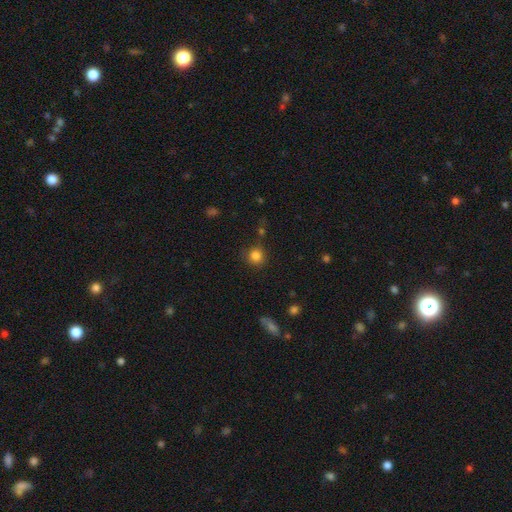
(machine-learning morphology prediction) Smooth or featured?
  - smooth: 83% *
  - star or artifact: 12%
  - featured or disk: 5%
How rounded?
  - round: 89% *
  - in between: 10%
  - cigar-shaped: 1%
Merging?
  - none: 82% *
  - minor disturbance: 11%
  - major disturbance: 4%
  - merger: 3%